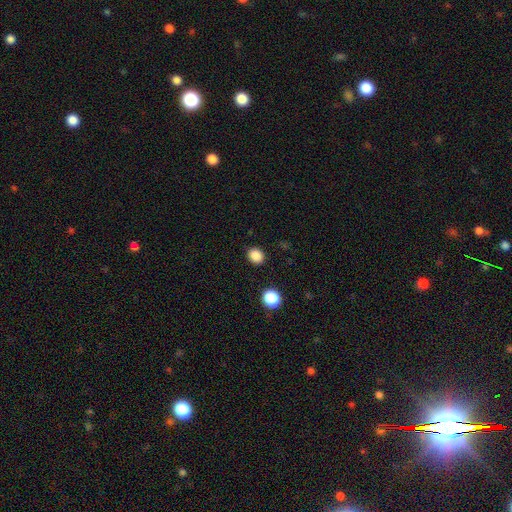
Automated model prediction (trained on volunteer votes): Smooth or featured: smooth — 86% (star or artifact — 11%)
How rounded: round — 64% (in between — 35%)
Merging: none — 89% (minor disturbance — 7%)